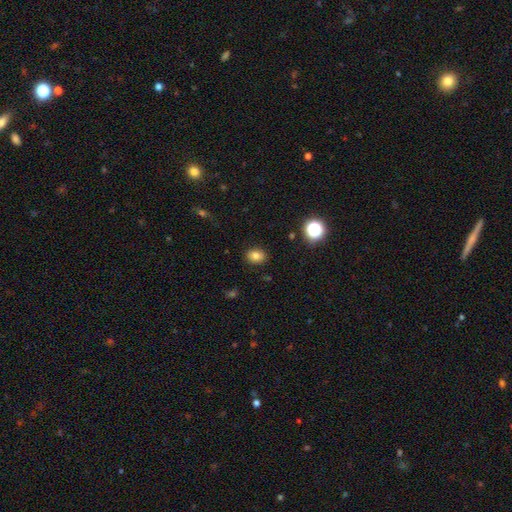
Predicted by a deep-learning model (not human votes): smooth 79%, star or artifact 13%, featured or disk 8%. Down the decision tree: how rounded — in between (52%); merging — none (88%).